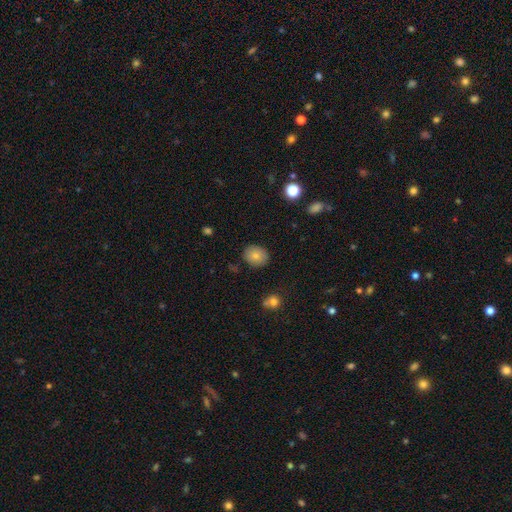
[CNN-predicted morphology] A smooth galaxy with no disk features (80%) that is round (57%).

Vote fractions:
- Smooth or featured? smooth: 80% / featured or disk: 11% / star or artifact: 9%
- How rounded? round: 57% / in between: 42% / cigar-shaped: 1%
- Merging? none: 87% / minor disturbance: 9% / major disturbance: 2% / merger: 2%